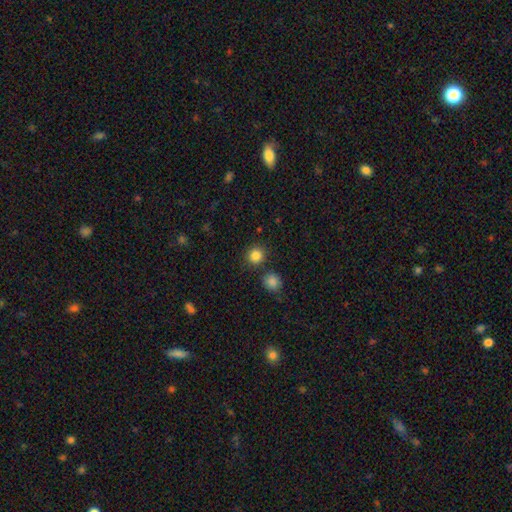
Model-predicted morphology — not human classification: type=smooth (85%); roundness=round (90%); merging=none (84%).